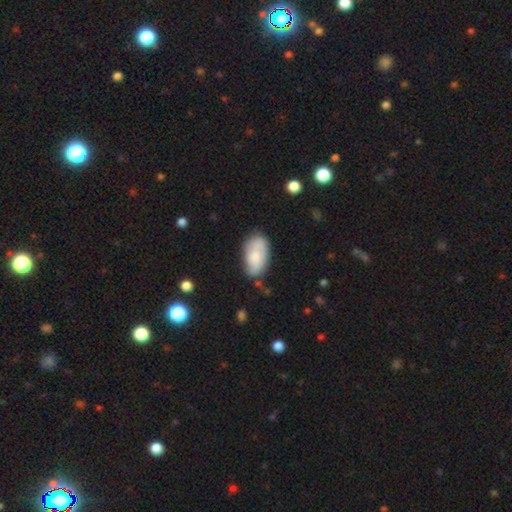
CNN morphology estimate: Smooth or featured? Predicted: smooth (p=0.71). How rounded? Predicted: in between (p=0.94). Merging? Predicted: none (p=0.63).